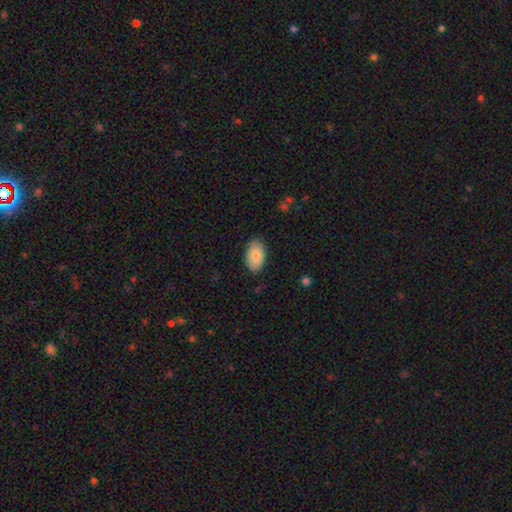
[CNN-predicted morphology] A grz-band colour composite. It shows a smooth galaxy with no disk features (83%) that is in between round and cigar-shaped (94%). Merging: none (83%).